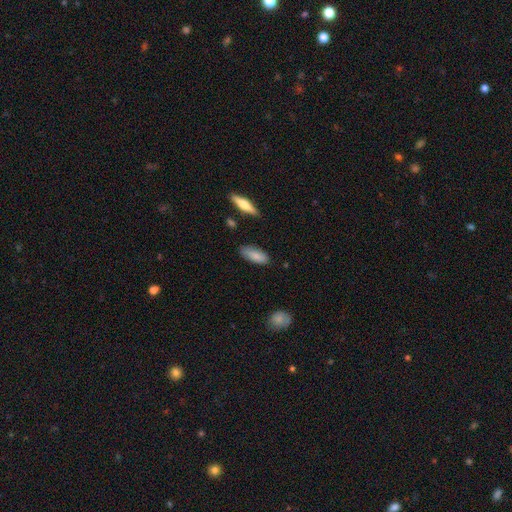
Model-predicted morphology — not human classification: The model was most divided on "how rounded": in between: 74%, cigar-shaped: 24%, round: 2%. More confident: smooth or featured — smooth (83%); merging — none (81%).